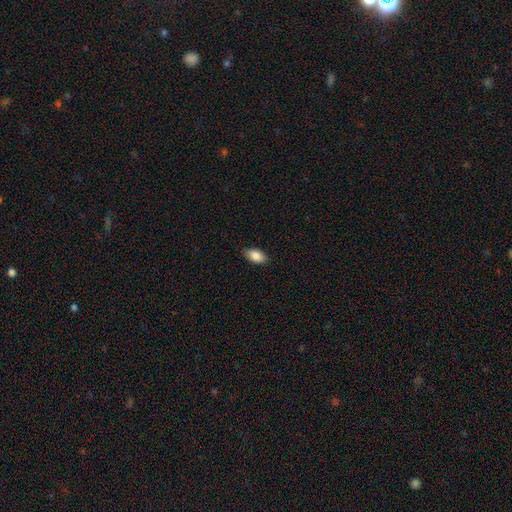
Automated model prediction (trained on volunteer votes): smooth-or-featured: smooth: 87% | star or artifact: 7% | featured or disk: 6%
  how-rounded: in between: 93% | round: 4% | cigar-shaped: 3%
  merging: none: 85% | minor disturbance: 12% | major disturbance: 2% | merger: 1%